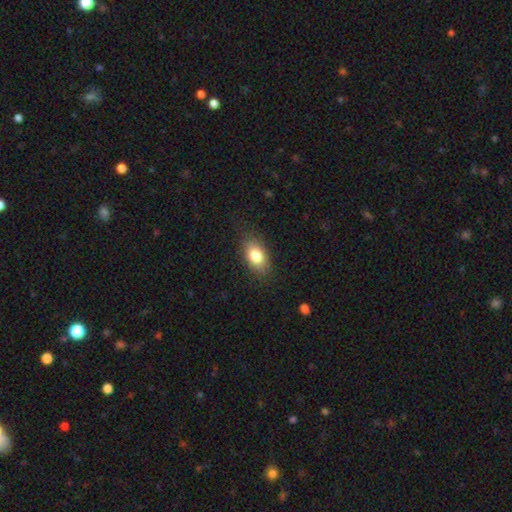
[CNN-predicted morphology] Overall: smooth (79%). How rounded: in between (86%). Merging: none (81%).